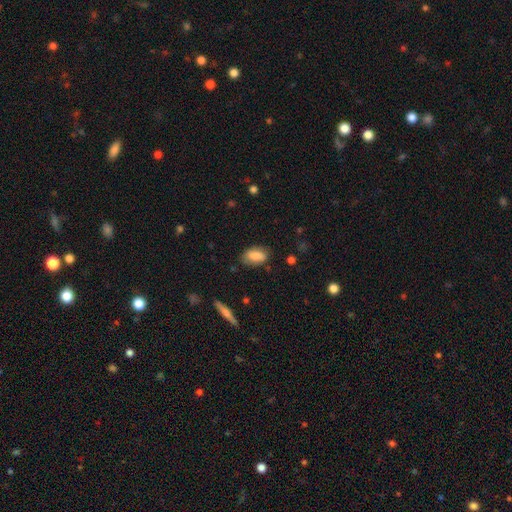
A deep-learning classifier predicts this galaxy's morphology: A smooth galaxy with no disk features (84%) that is in between round and cigar-shaped (90%). Merging: none (76%).